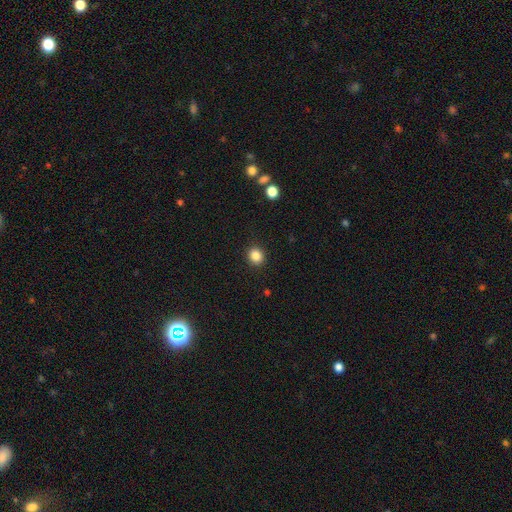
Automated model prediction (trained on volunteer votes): The model was most divided on "how rounded": round: 78%, in between: 22%, cigar-shaped: 1%. More confident: merging — none (91%); smooth or featured — smooth (85%).